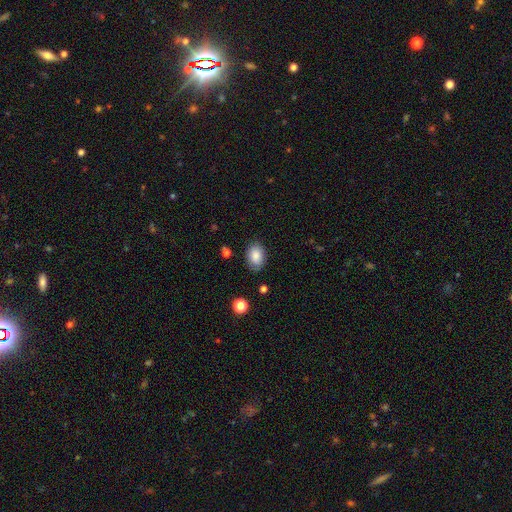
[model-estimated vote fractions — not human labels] The model was most divided on "how rounded": in between: 80%, round: 19%, cigar-shaped: 1%. More confident: smooth or featured — smooth (85%); merging — none (80%).